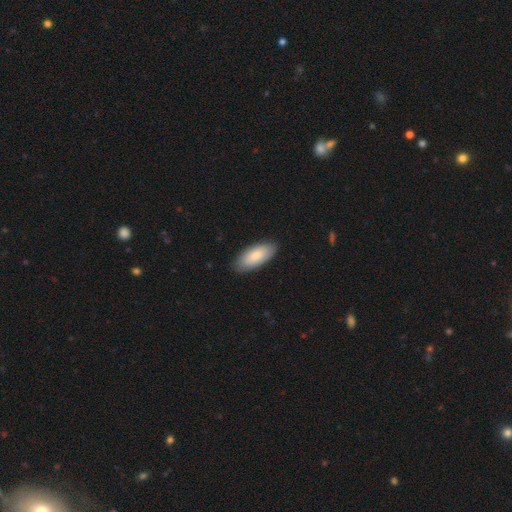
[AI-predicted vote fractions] smooth-or-featured: smooth: 81% | featured or disk: 14% | star or artifact: 5%
  how-rounded: in between: 88% | cigar-shaped: 10% | round: 2%
  merging: none: 86% | minor disturbance: 11% | major disturbance: 2% | merger: 1%